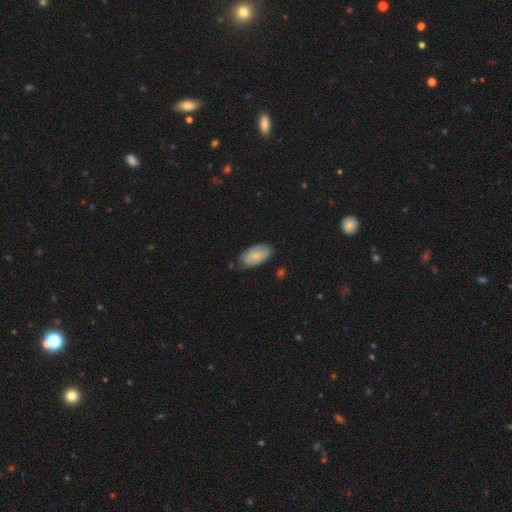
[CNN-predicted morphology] A smooth galaxy with no disk features (76%) that is in between round and cigar-shaped (94%).

Vote fractions:
- Smooth or featured? smooth: 76% / featured or disk: 17% / star or artifact: 6%
- How rounded? in between: 94% / round: 4% / cigar-shaped: 2%
- Merging? none: 73% / minor disturbance: 22% / major disturbance: 4% / merger: 2%